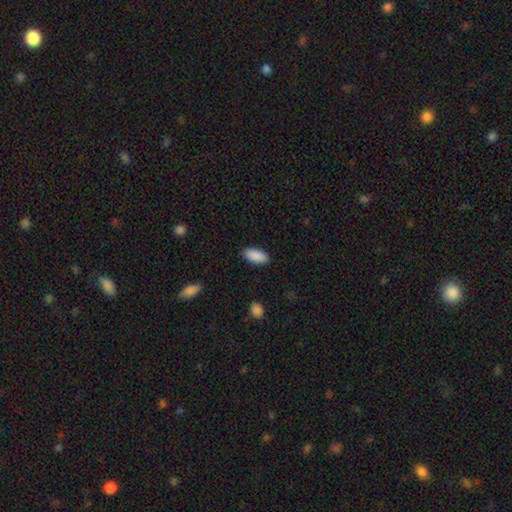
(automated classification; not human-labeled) smooth-or-featured: smooth: 91% | star or artifact: 6% | featured or disk: 3%
  how-rounded: in between: 91% | cigar-shaped: 7% | round: 2%
  merging: none: 89% | minor disturbance: 8% | major disturbance: 2% | merger: 1%